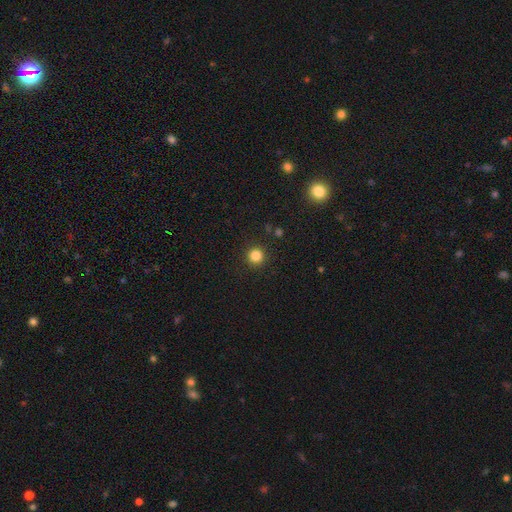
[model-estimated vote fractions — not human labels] This appears to be a smooth galaxy with no disk features (83%) that is round (95%). Merging: none (91%).